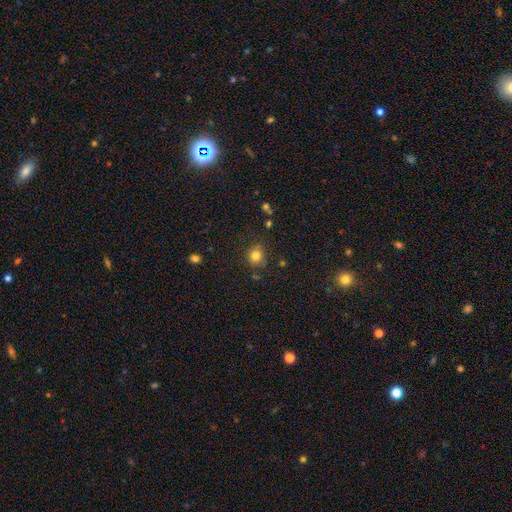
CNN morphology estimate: A smooth galaxy with no disk features (81%) that is round (87%). Merging: none (81%).